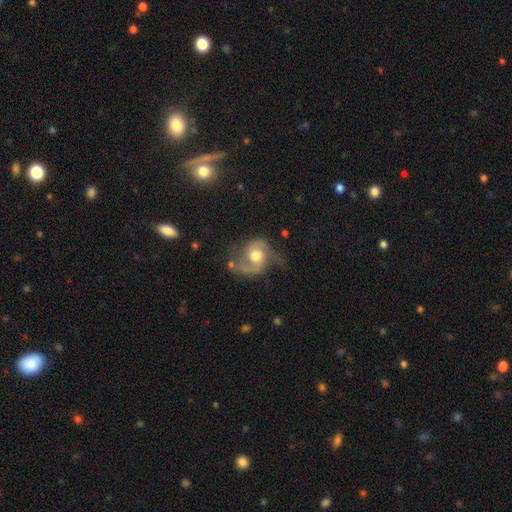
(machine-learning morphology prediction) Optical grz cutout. It shows a featured or disk galaxy (78%) with no bar (65%), 2 (83%) medium (48%) spiral arms (93%) and a moderate central bulge (63%). Merging: none (50%).